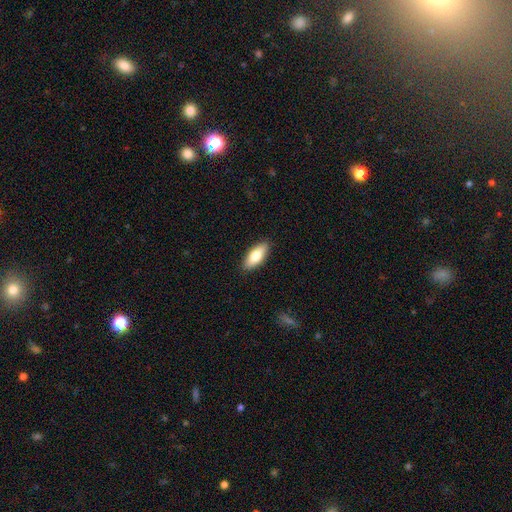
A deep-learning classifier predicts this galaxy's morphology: smooth-or-featured: smooth: 76% | featured or disk: 18% | star or artifact: 6%
  how-rounded: in between: 79% | cigar-shaped: 18% | round: 2%
  merging: none: 89% | minor disturbance: 8% | major disturbance: 2% | merger: 1%